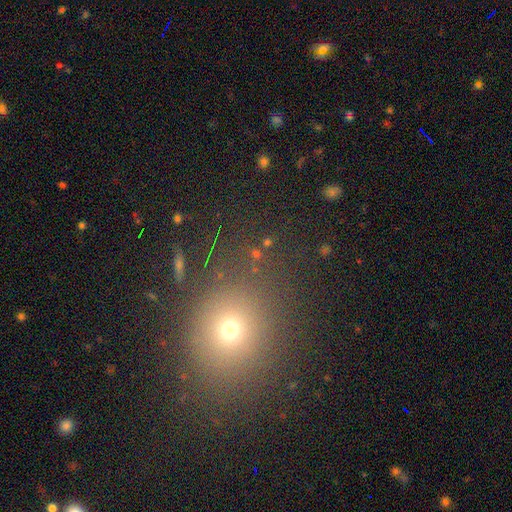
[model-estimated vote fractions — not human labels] Smooth or featured?
  - smooth: 55% *
  - star or artifact: 36%
  - featured or disk: 9%
How rounded?
  - round: 77% *
  - in between: 21%
  - cigar-shaped: 2%
Merging?
  - none: 83% *
  - minor disturbance: 8%
  - major disturbance: 4%
  - merger: 4%